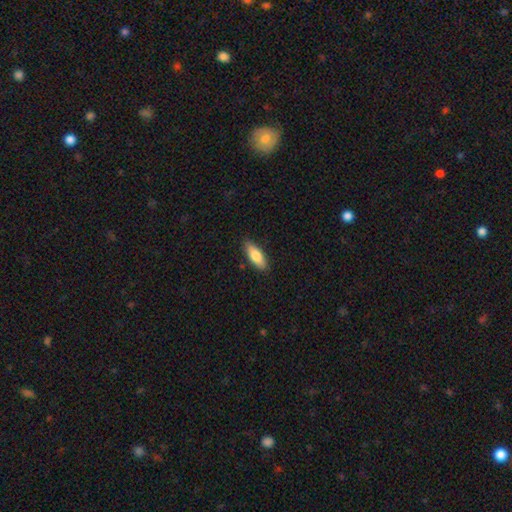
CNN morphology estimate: Smooth or featured?
  - smooth: 77% *
  - featured or disk: 17%
  - star or artifact: 6%
How rounded?
  - in between: 65% *
  - cigar-shaped: 33%
  - round: 2%
Merging?
  - none: 86% *
  - minor disturbance: 11%
  - major disturbance: 2%
  - merger: 1%